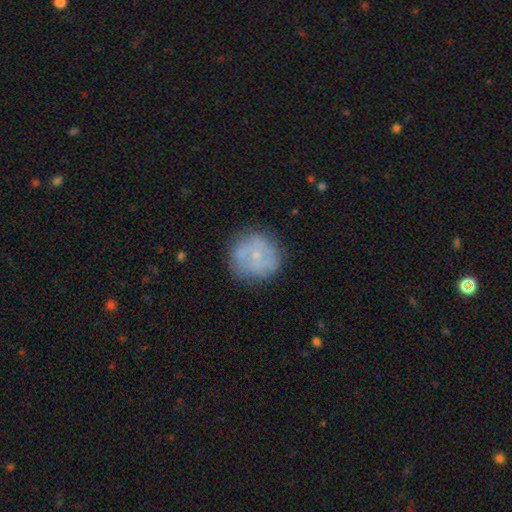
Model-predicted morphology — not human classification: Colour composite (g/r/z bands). It shows a smooth galaxy with no disk features (46%). Merging: none (75%).